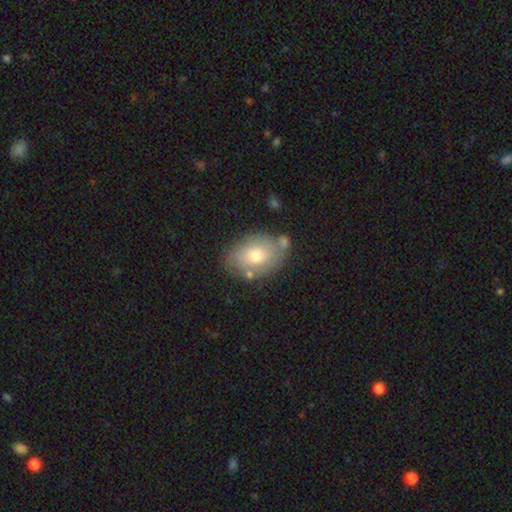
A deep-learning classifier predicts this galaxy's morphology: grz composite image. It shows a smooth galaxy with no disk features (64%) that is in between round and cigar-shaped (75%). Merging: none (67%).